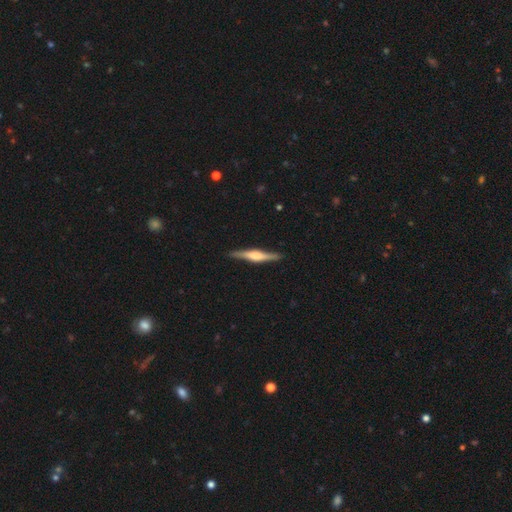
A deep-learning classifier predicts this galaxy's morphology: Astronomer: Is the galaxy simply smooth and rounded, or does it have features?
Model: featured or disk — 69%.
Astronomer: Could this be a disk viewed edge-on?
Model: yes — 97%.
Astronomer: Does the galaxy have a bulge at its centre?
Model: rounded — 60%.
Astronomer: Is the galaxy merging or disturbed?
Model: none — 90%.